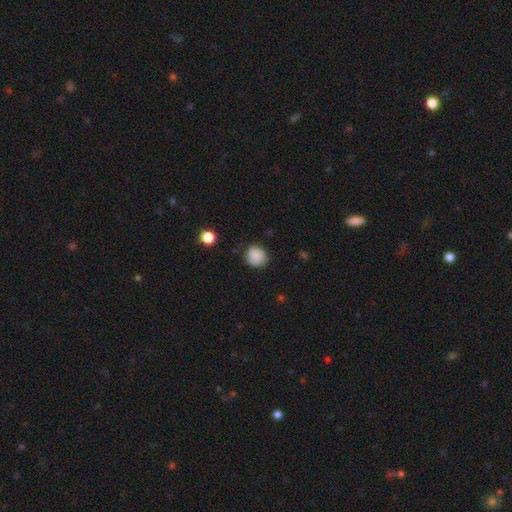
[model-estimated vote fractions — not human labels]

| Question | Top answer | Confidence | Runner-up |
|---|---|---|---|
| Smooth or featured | smooth | 87% | star or artifact (9%) |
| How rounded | round | 82% | in between (17%) |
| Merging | none | 80% | minor disturbance (15%) |